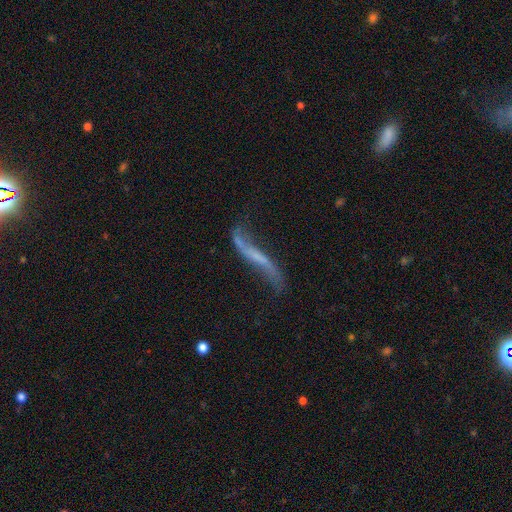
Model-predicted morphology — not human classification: A featured or disk galaxy (76%) with no bar (37%), spiral arms (85%) and no central bulge (53%).

Vote fractions:
- Smooth or featured? featured or disk: 76% / smooth: 15% / star or artifact: 8%
- Edge-on disk? no: 67% / yes: 33%
- Bar? no: 37% / strong: 33% / weak: 30%
- Spiral arms? yes: 85% / no: 15%
- Bulge size? none: 53% / small: 35% / moderate: 9% / large: 2% / dominant: 1%
- Merging? none: 55% / minor disturbance: 22% / major disturbance: 16% / merger: 6%